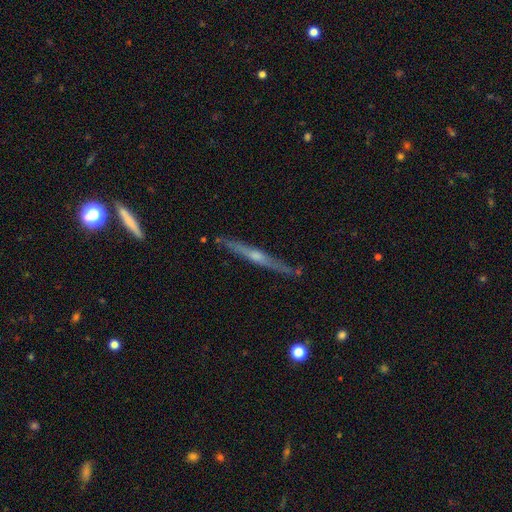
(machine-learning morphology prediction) A featured or disk galaxy (77%) viewed edge-on (97%) with a rounded central bulge (75%).

Vote fractions:
- Smooth or featured? featured or disk: 77% / smooth: 17% / star or artifact: 6%
- Edge-on disk? yes: 97% / no: 3%
- Edge-on bulge? rounded: 75% / none: 19% / boxy: 6%
- Merging? none: 86% / minor disturbance: 10% / major disturbance: 2% / merger: 2%